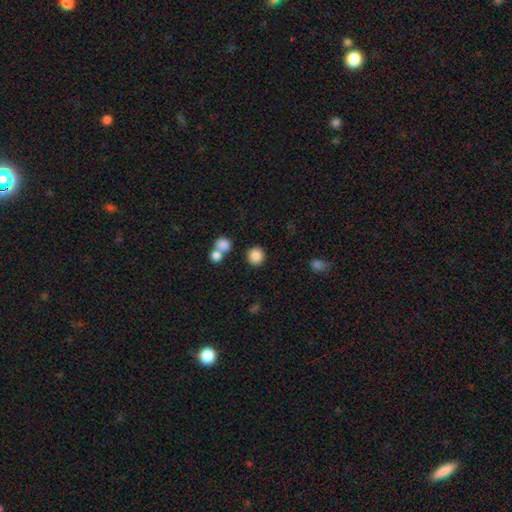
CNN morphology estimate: A smooth galaxy with no disk features (85%) that is round (91%).

Vote fractions:
- Smooth or featured? smooth: 85% / star or artifact: 10% / featured or disk: 5%
- How rounded? round: 91% / in between: 8% / cigar-shaped: 1%
- Merging? none: 83% / merger: 9% / minor disturbance: 6% / major disturbance: 3%